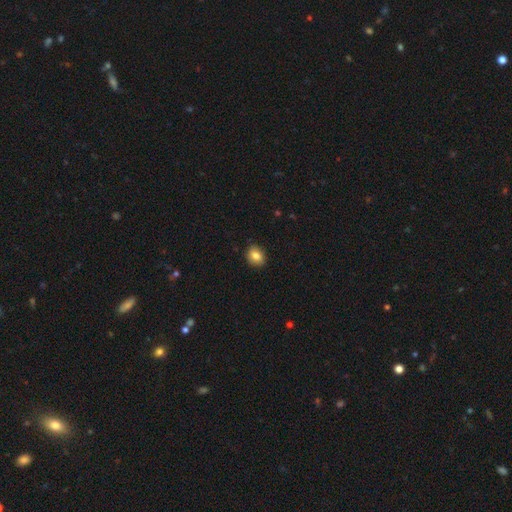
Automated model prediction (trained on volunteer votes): Smooth or featured: smooth — 84% (star or artifact — 9%)
How rounded: in between — 50% (round — 49%)
Merging: none — 88% (minor disturbance — 9%)